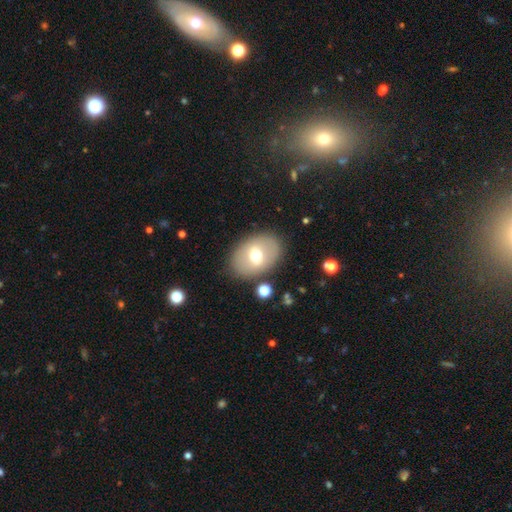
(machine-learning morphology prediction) A smooth galaxy with no disk features (59%) that is in between round and cigar-shaped (76%).

Vote fractions:
- Smooth or featured? smooth: 59% / featured or disk: 33% / star or artifact: 8%
- How rounded? in between: 76% / round: 23% / cigar-shaped: 1%
- Merging? none: 82% / minor disturbance: 10% / major disturbance: 4% / merger: 3%